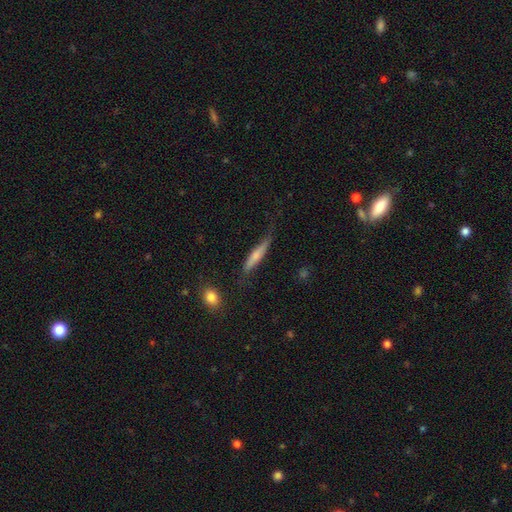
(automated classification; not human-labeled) A smooth galaxy with no disk features (59%) that is cigar-shaped (88%).

Vote fractions:
- Smooth or featured? smooth: 59% / featured or disk: 35% / star or artifact: 6%
- How rounded? cigar-shaped: 88% / in between: 10% / round: 2%
- Merging? none: 59% / minor disturbance: 28% / major disturbance: 10% / merger: 3%